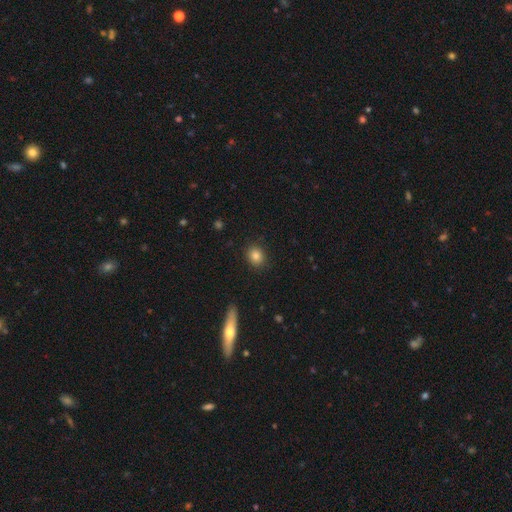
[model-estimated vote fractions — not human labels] Q: Smooth or featured?
A: smooth (83%); runner-up: star or artifact (10%)
Q: How rounded?
A: round (71%); runner-up: in between (28%)
Q: Merging?
A: none (88%); runner-up: minor disturbance (8%)